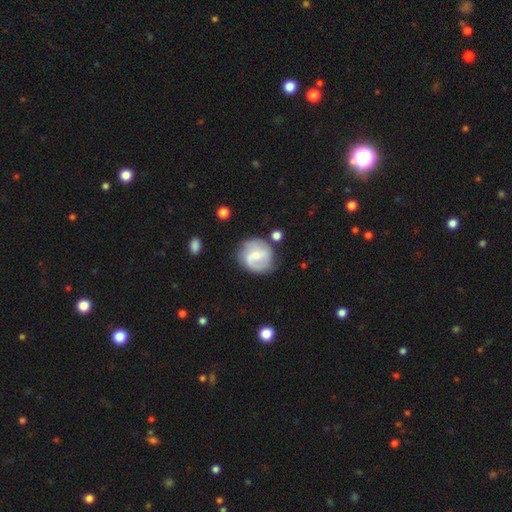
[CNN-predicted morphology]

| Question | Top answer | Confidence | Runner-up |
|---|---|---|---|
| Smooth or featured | featured or disk | 65% | smooth (29%) |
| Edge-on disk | no | 98% | yes (2%) |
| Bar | weak | 52% | no (30%) |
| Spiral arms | yes | 87% | no (13%) |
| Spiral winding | medium | 44% | loose (31%) |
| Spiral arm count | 2 | 76% | can't tell (11%) |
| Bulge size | small | 54% | moderate (34%) |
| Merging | none | 70% | minor disturbance (18%) |